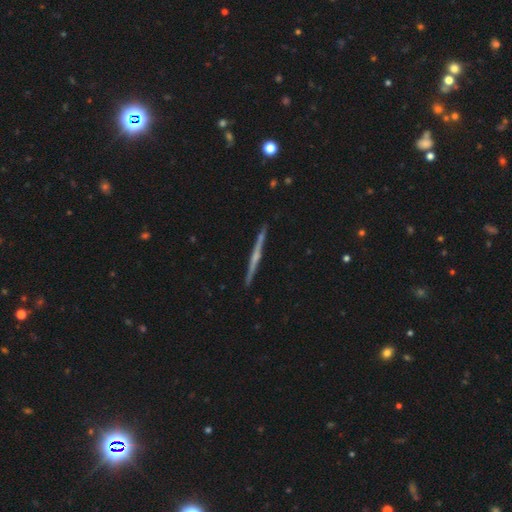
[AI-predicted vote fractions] This is likely a featured or disk galaxy (76%). It is clearly viewed edge-on (98%). Edge-on bulge: possibly rounded (55%). Merging: clearly none (92%).